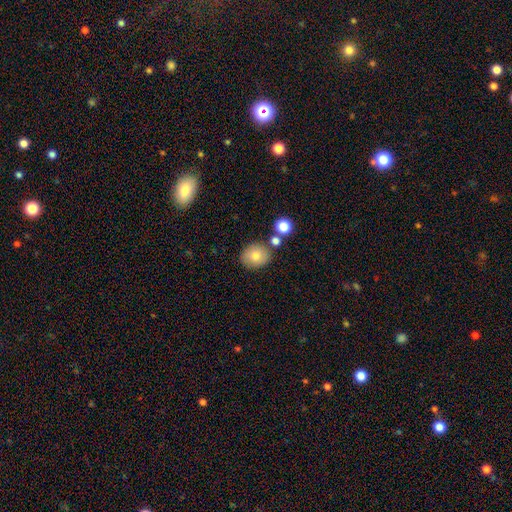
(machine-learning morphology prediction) Smooth or featured: smooth — 78% (featured or disk — 12%)
How rounded: round — 71% (in between — 28%)
Merging: none — 78% (minor disturbance — 10%)